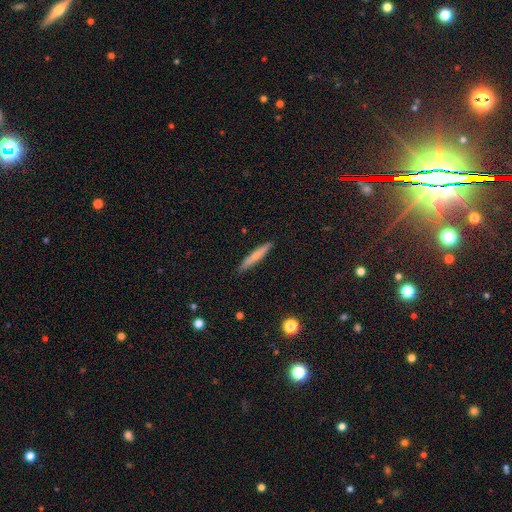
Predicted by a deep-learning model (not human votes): Smooth or featured? smooth (67%)
How rounded? cigar-shaped (93%)
Merging? none (89%)